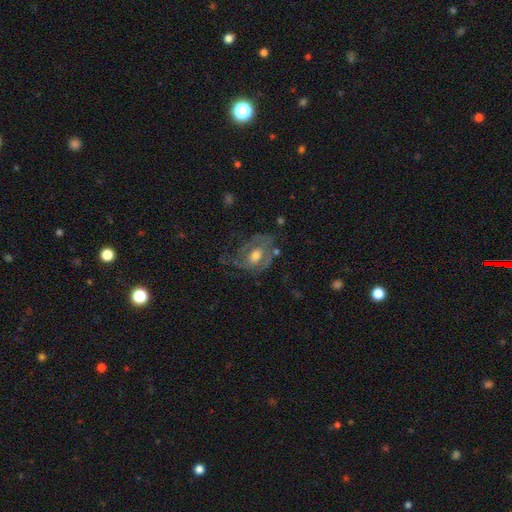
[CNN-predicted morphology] Overall: featured or disk (71%). Edge-on disk: no (96%). Bar: no (59%; weak 33%). Spiral arms: yes (69%; no 31%). Bulge size: moderate (65%). Merging: none (47%; major disturbance 25%).